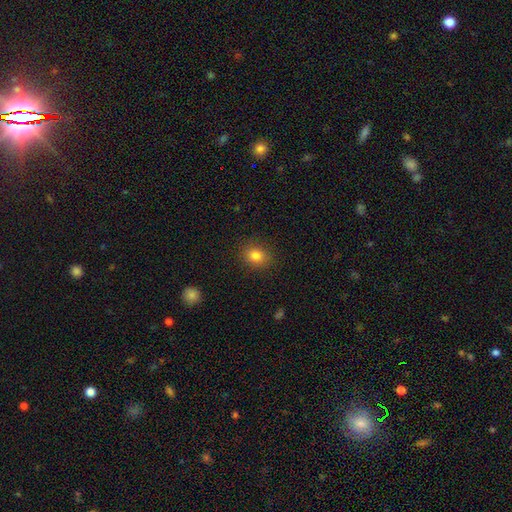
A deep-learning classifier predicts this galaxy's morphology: smooth_or_featured: smooth (p=0.83) [alt: star or artifact p=0.11]
how_rounded: round (p=0.58) [alt: in between p=0.41]
merging: none (p=0.86) [alt: minor disturbance p=0.10]